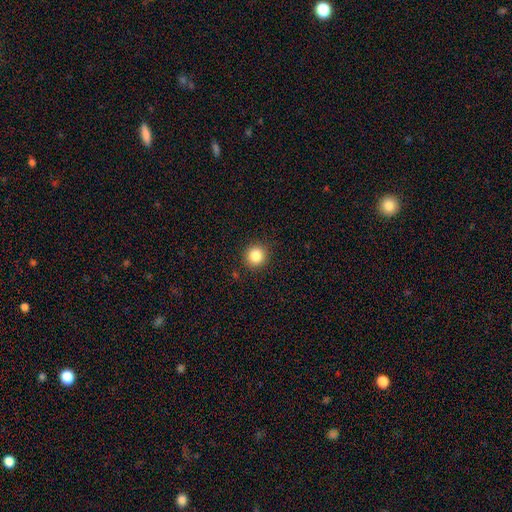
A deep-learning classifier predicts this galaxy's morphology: This appears to be a smooth galaxy with no disk features (85%) that is round (93%). Merging: none (91%).